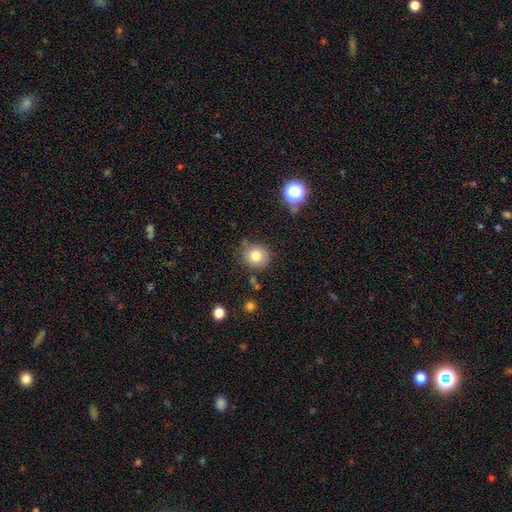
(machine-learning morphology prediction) A smooth galaxy with no disk features (80%) that is round (88%). Merging: none (79%).